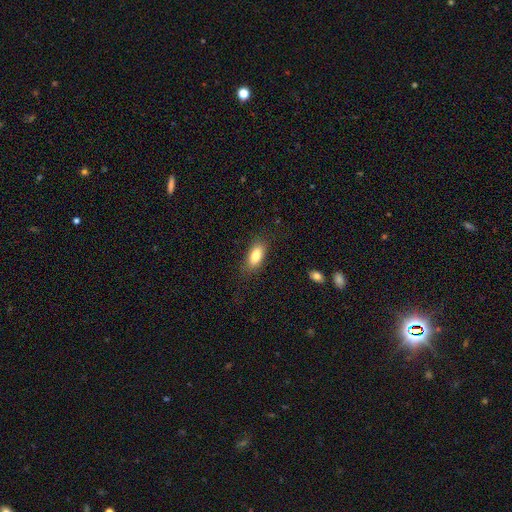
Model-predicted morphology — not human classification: smooth-or-featured: smooth: 81% | featured or disk: 11% | star or artifact: 7%
  how-rounded: in between: 85% | cigar-shaped: 11% | round: 4%
  merging: none: 82% | minor disturbance: 13% | major disturbance: 4% | merger: 1%